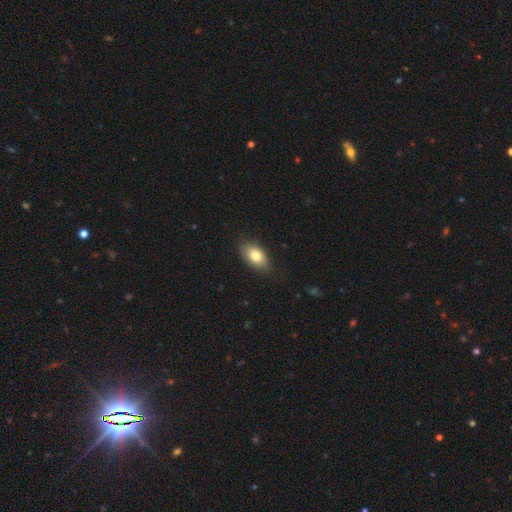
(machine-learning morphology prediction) type=smooth (80%); roundness=in between (90%); merging=none (80%).